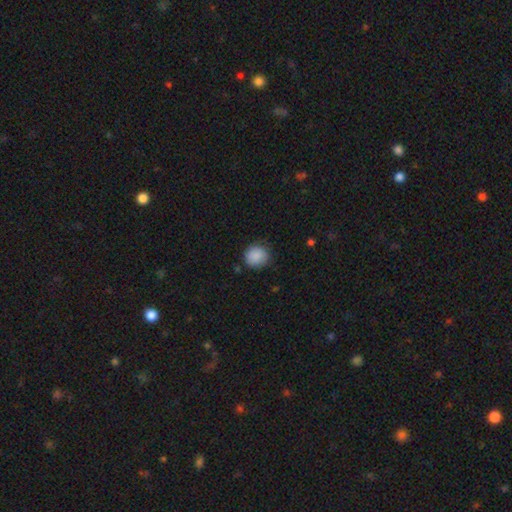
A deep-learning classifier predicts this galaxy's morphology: The model was most divided on "merging": none: 83%, minor disturbance: 13%, major disturbance: 3%, merger: 1%. More confident: smooth or featured — smooth (89%); how rounded — round (85%).